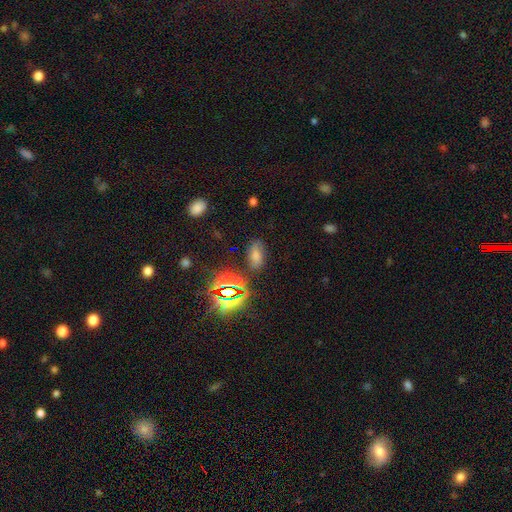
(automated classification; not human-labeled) Smooth or featured? Predicted: smooth (p=0.46). Merging? Predicted: none (p=0.75).